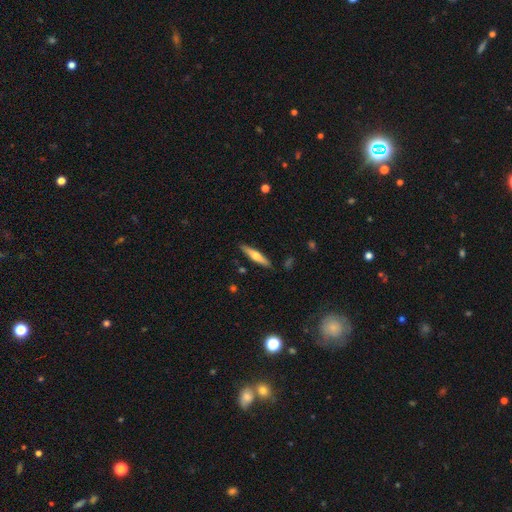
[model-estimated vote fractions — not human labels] A featured or disk galaxy (52%) viewed edge-on (94%).

Vote fractions:
- Smooth or featured? featured or disk: 52% / smooth: 43% / star or artifact: 6%
- Edge-on disk? yes: 94% / no: 6%
- Merging? none: 89% / minor disturbance: 8% / major disturbance: 2% / merger: 2%